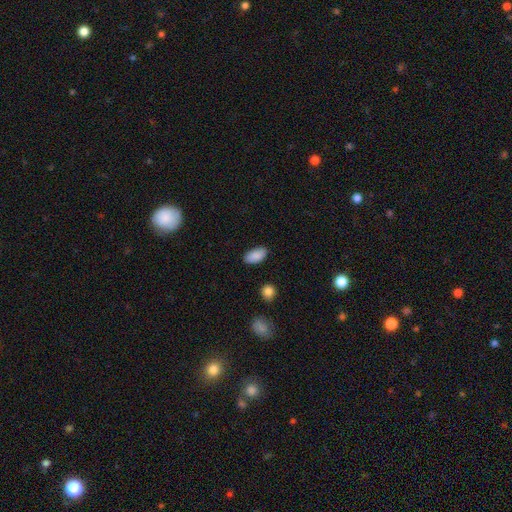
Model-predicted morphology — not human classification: The model was most divided on "merging": none: 86%, minor disturbance: 11%, major disturbance: 2%, merger: 1%. More confident: how rounded — in between (94%); smooth or featured — smooth (89%).